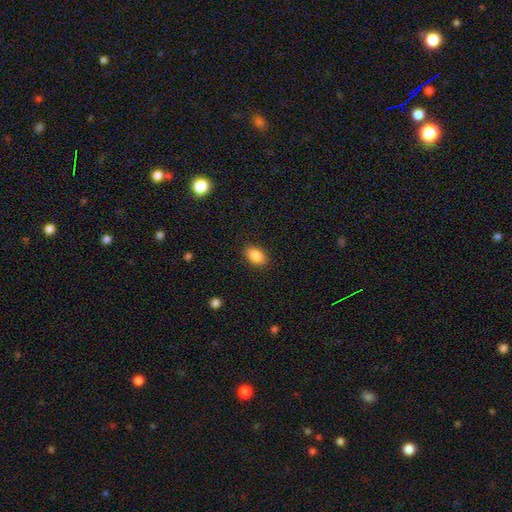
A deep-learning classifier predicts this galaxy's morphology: This appears to be a smooth galaxy with no disk features (88%) that is in between round and cigar-shaped (90%). Merging: none (89%).